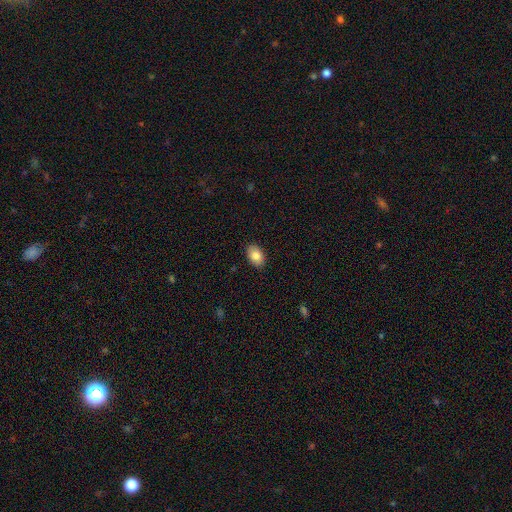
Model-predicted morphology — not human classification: This appears to be a smooth galaxy with no disk features (85%) that is in between round and cigar-shaped (88%). Merging: none (88%).